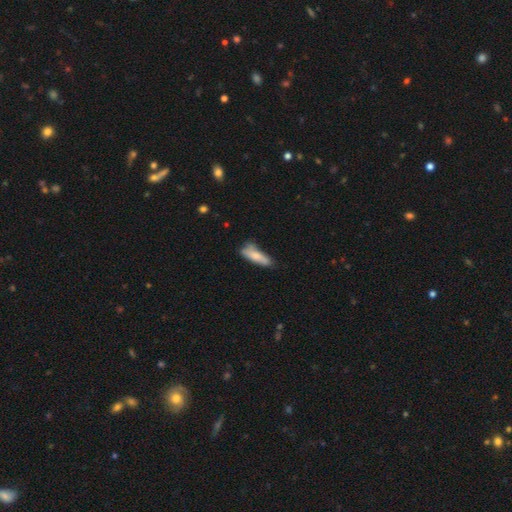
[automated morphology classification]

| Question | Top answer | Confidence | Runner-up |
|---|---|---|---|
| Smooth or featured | smooth | 76% | featured or disk (17%) |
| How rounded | cigar-shaped | 55% | in between (43%) |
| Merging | none | 54% | minor disturbance (31%) |